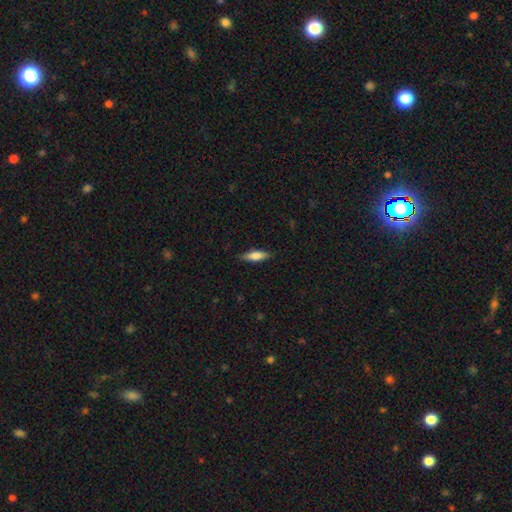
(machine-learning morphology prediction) Smooth or featured? smooth (74%)
How rounded? in between (50%)
Merging? none (83%)